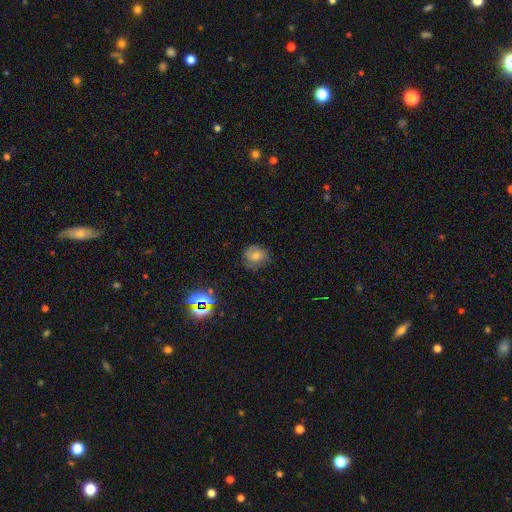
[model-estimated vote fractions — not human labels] smooth-or-featured: smooth: 63% | featured or disk: 20% | star or artifact: 17%
  how-rounded: round: 76% | in between: 23% | cigar-shaped: 1%
  merging: none: 73% | minor disturbance: 20% | major disturbance: 5% | merger: 1%